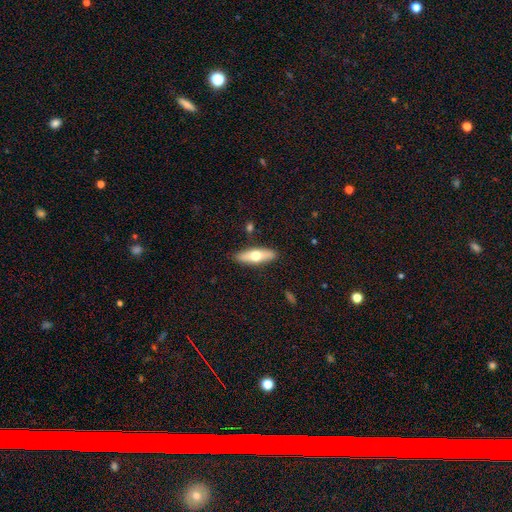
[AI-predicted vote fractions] Smooth or featured? Predicted: smooth (p=0.56). How rounded? Predicted: cigar-shaped (p=0.50). Merging? Predicted: none (p=0.87).